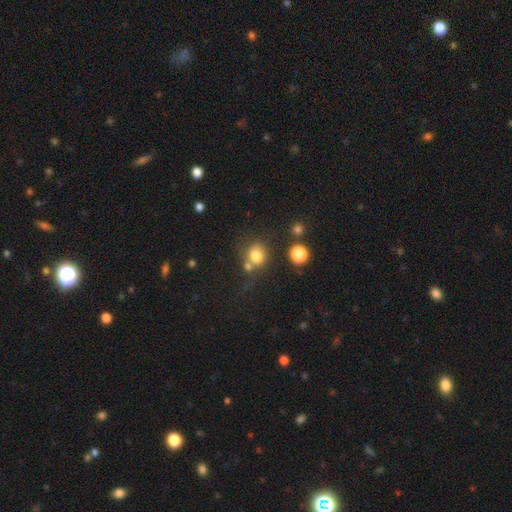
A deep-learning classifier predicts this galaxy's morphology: Smooth or featured: smooth — 77% (star or artifact — 13%)
How rounded: round — 72% (in between — 27%)
Merging: none — 51% (merger — 28%)